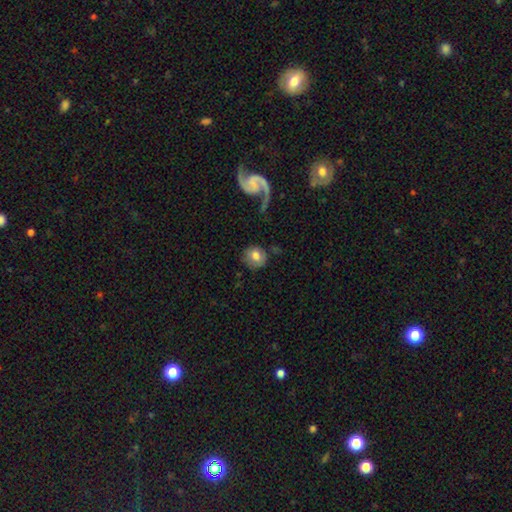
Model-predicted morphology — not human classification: Smooth or featured?
  - smooth: 68% *
  - featured or disk: 25%
  - star or artifact: 7%
How rounded?
  - round: 84% *
  - in between: 15%
  - cigar-shaped: 1%
Merging?
  - none: 73% *
  - minor disturbance: 15%
  - major disturbance: 8%
  - merger: 4%